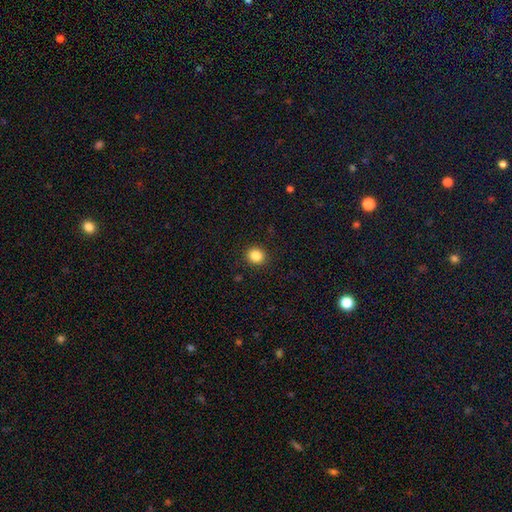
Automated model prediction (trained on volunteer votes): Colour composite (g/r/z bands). It shows a smooth galaxy with no disk features (85%) that is round (82%). Merging: none (91%).